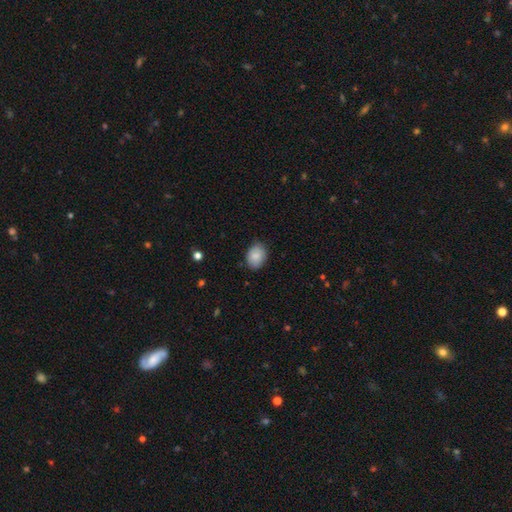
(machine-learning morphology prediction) Q: Smooth or featured?
A: smooth (86%); runner-up: star or artifact (7%)
Q: How rounded?
A: in between (64%); runner-up: round (36%)
Q: Merging?
A: none (82%); runner-up: minor disturbance (14%)